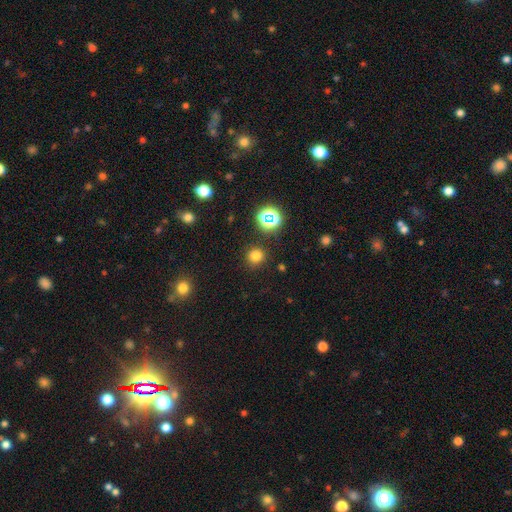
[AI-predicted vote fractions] Q: Smooth or featured?
A: smooth (75%); runner-up: star or artifact (20%)
Q: How rounded?
A: round (91%); runner-up: in between (8%)
Q: Merging?
A: none (89%); runner-up: minor disturbance (7%)